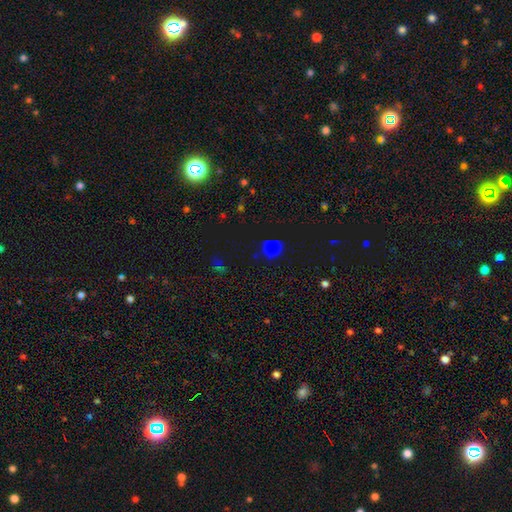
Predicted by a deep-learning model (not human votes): A smooth galaxy with no disk features (79%) that is round (90%).

Vote fractions:
- Smooth or featured? smooth: 79% / star or artifact: 17% / featured or disk: 4%
- How rounded? round: 90% / in between: 9% / cigar-shaped: 1%
- Merging? none: 87% / minor disturbance: 9% / major disturbance: 3% / merger: 2%